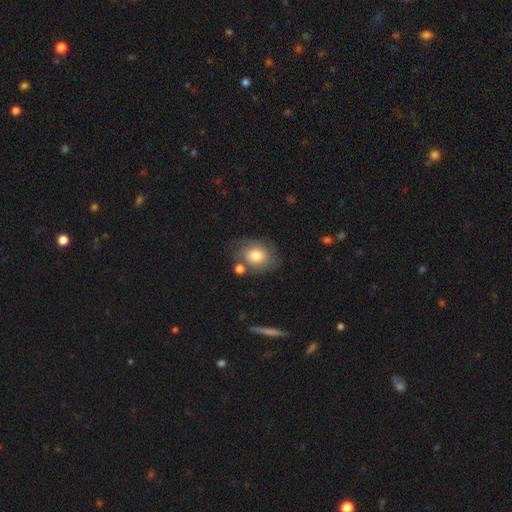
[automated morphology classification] Smooth or featured? Predicted: smooth (p=0.66). How rounded? Predicted: in between (p=0.56). Merging? Predicted: none (p=0.59).